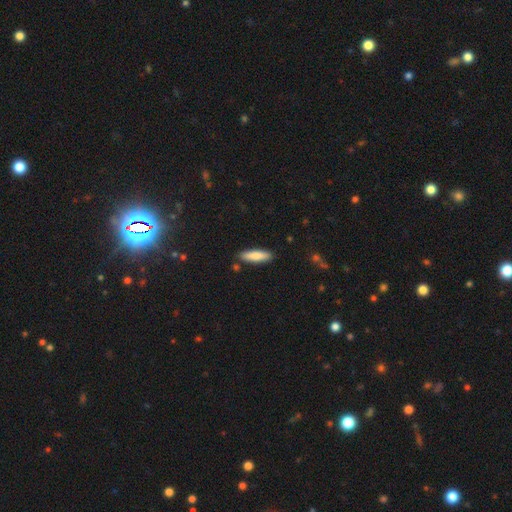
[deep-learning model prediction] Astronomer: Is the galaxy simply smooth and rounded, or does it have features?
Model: smooth — 79%.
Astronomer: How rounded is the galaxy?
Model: cigar-shaped — 66%.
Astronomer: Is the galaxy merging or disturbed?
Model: none — 87%.